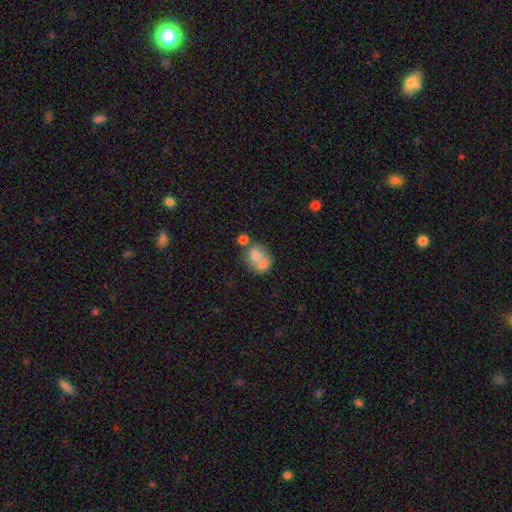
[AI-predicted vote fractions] Smooth or featured: smooth — 66% (featured or disk — 25%)
How rounded: round — 61% (in between — 38%)
Merging: merger — 55% (none — 29%)